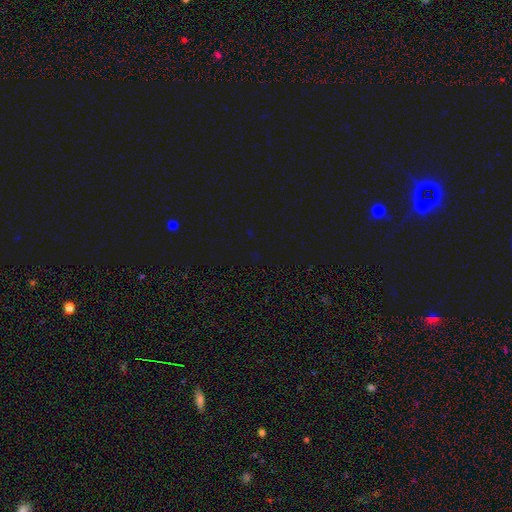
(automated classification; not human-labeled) The model was most divided on "smooth or featured": star or artifact: 77%, smooth: 17%, featured or disk: 6%.